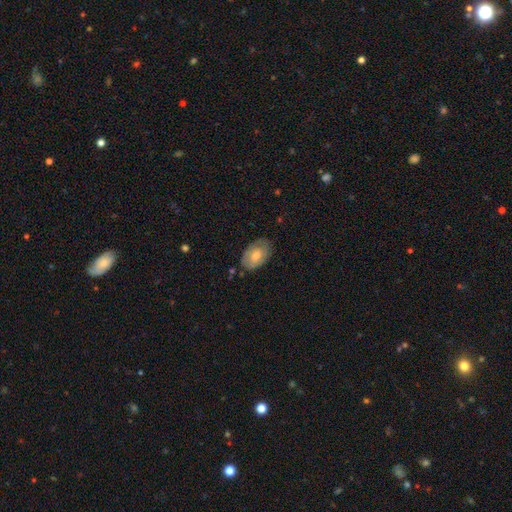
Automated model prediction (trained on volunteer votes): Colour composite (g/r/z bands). It shows a smooth galaxy with no disk features (60%) that is in between round and cigar-shaped (91%). Merging: none (78%).